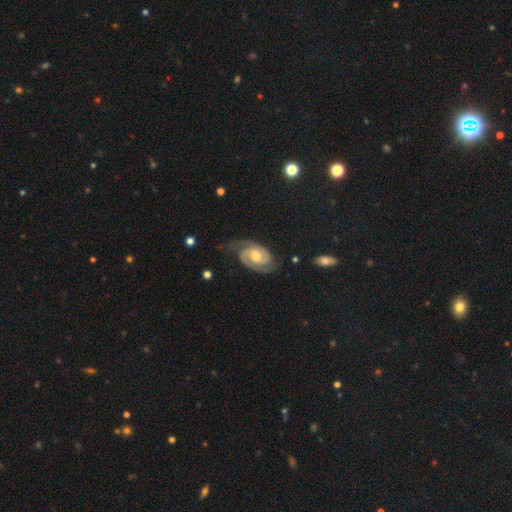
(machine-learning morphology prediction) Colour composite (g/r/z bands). It shows a featured or disk galaxy (88%) with no bar (46%), 2 (91%) tight (53%) spiral arms (98%) and a moderate central bulge (72%). Merging: none (72%).